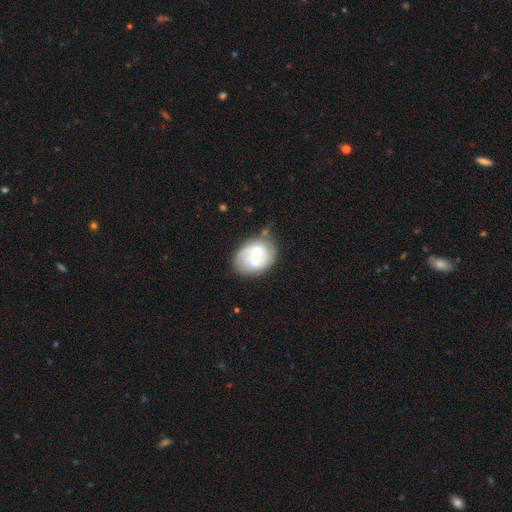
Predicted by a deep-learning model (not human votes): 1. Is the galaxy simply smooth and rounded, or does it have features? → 64% featured or disk, 30% smooth, 6% star or artifact.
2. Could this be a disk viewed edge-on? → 98% no, 2% yes.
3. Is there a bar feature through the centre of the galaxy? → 56% weak, 24% no, 20% strong.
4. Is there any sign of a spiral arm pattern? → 83% yes, 17% no.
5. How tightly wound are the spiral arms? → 43% medium, 29% loose, 28% tight.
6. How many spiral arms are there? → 70% 2, 17% can't tell, 6% 1, 4% 3, 1% 4, 1% more than 4.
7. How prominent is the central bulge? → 55% small, 34% moderate, 6% none, 3% large, 1% dominant.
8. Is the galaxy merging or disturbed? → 61% none, 25% minor disturbance, 10% major disturbance, 5% merger.